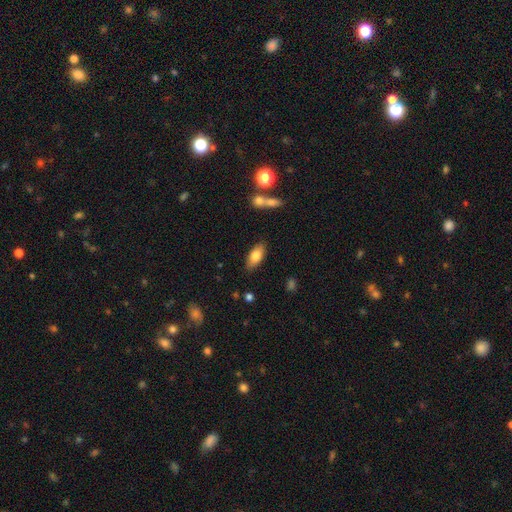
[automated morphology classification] The model was most divided on "smooth or featured": smooth: 78%, featured or disk: 15%, star or artifact: 7%. More confident: how rounded — in between (85%); merging — none (84%).